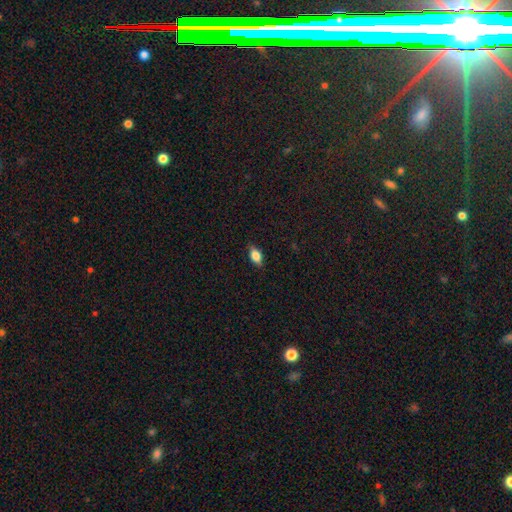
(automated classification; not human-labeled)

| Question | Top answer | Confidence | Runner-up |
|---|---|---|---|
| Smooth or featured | smooth | 77% | featured or disk (15%) |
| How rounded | in between | 86% | cigar-shaped (8%) |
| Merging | none | 84% | minor disturbance (13%) |